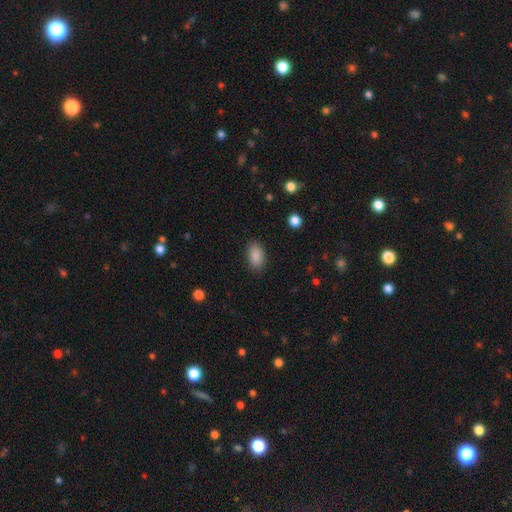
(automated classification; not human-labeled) smooth_or_featured: smooth (p=0.88) [alt: star or artifact p=0.08]
how_rounded: in between (p=0.92) [alt: round p=0.05]
merging: none (p=0.86) [alt: minor disturbance p=0.10]